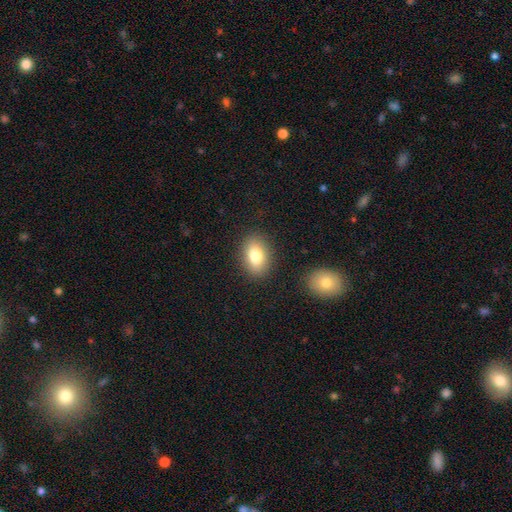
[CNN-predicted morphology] A smooth galaxy with no disk features (80%) that is in between round and cigar-shaped (79%).

Vote fractions:
- Smooth or featured? smooth: 80% / featured or disk: 11% / star or artifact: 9%
- How rounded? in between: 79% / round: 20% / cigar-shaped: 1%
- Merging? none: 87% / minor disturbance: 9% / major disturbance: 3% / merger: 2%